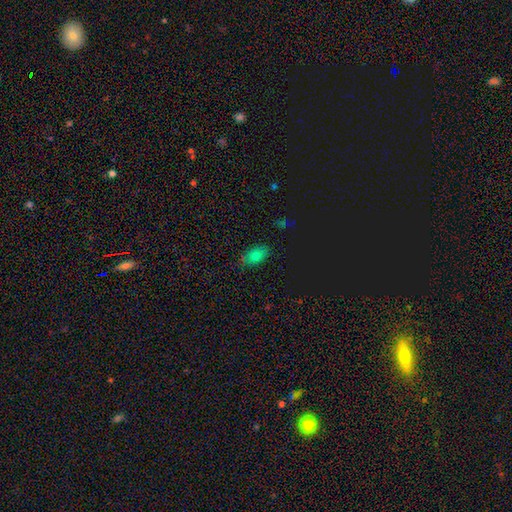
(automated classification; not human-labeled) Smooth or featured?
  - smooth: 75% *
  - star or artifact: 17%
  - featured or disk: 8%
How rounded?
  - in between: 90% *
  - round: 7%
  - cigar-shaped: 3%
Merging?
  - none: 76% *
  - minor disturbance: 18%
  - major disturbance: 4%
  - merger: 3%